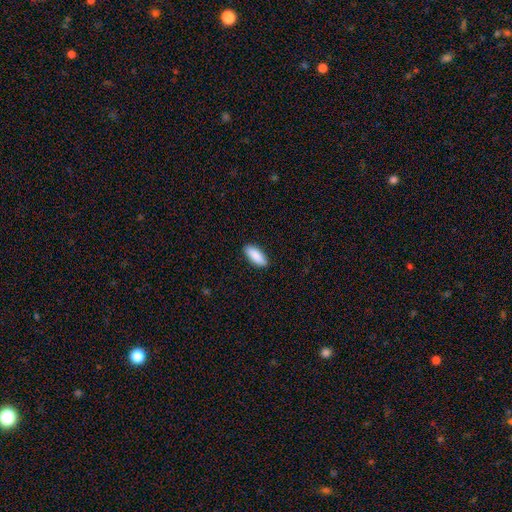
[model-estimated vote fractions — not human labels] smooth-or-featured: smooth: 90% | star or artifact: 6% | featured or disk: 4%
  how-rounded: in between: 80% | cigar-shaped: 18% | round: 2%
  merging: none: 89% | minor disturbance: 8% | major disturbance: 2% | merger: 1%